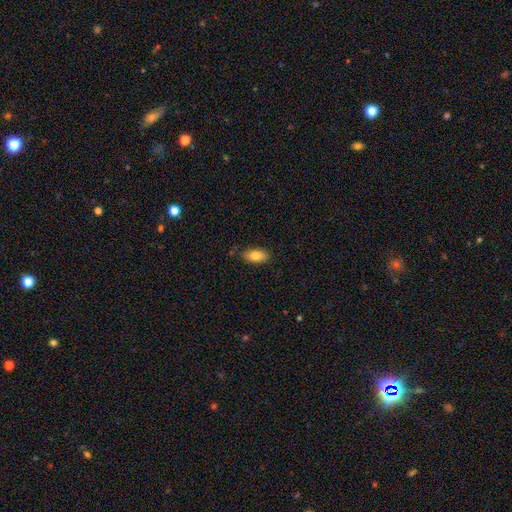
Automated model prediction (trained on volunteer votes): Smooth or featured? smooth (82%)
How rounded? in between (89%)
Merging? none (83%)